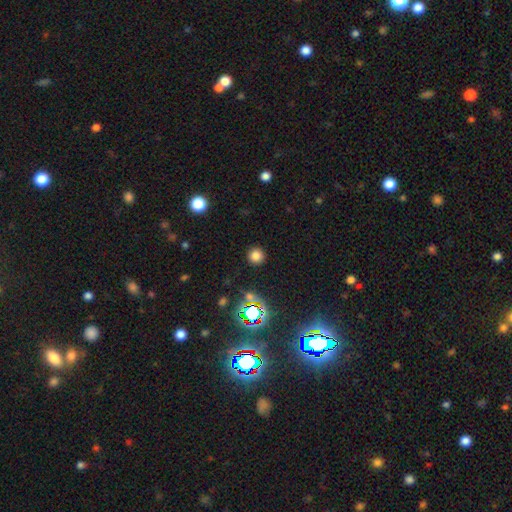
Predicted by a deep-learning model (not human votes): Smooth or featured? smooth (76%)
How rounded? round (94%)
Merging? none (90%)